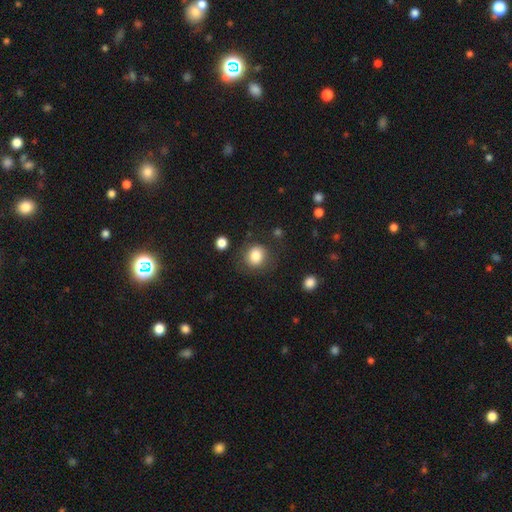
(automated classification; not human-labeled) A smooth galaxy with no disk features (84%) that is round (80%). Merging: none (78%).